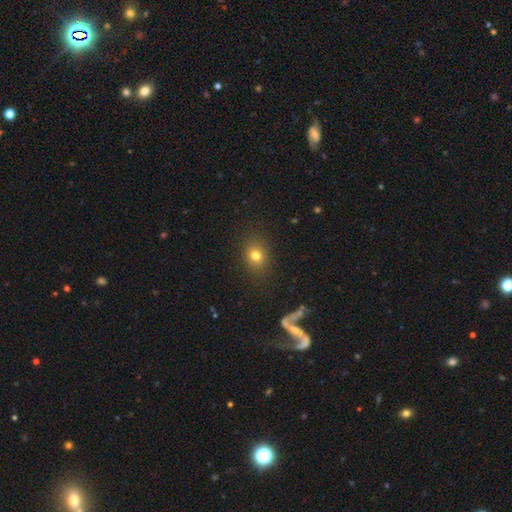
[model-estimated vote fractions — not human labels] smooth 75%, star or artifact 15%, featured or disk 10%. Down the decision tree: how rounded — round (54%); merging — none (84%).